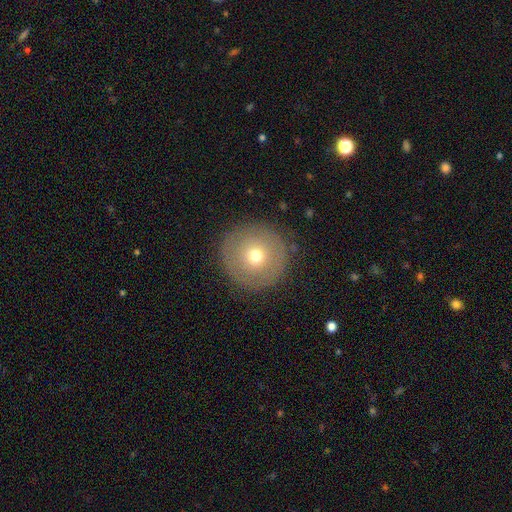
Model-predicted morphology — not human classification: The model was most divided on "smooth or featured": smooth: 63%, featured or disk: 25%, star or artifact: 12%. More confident: how rounded — round (96%); merging — none (89%).